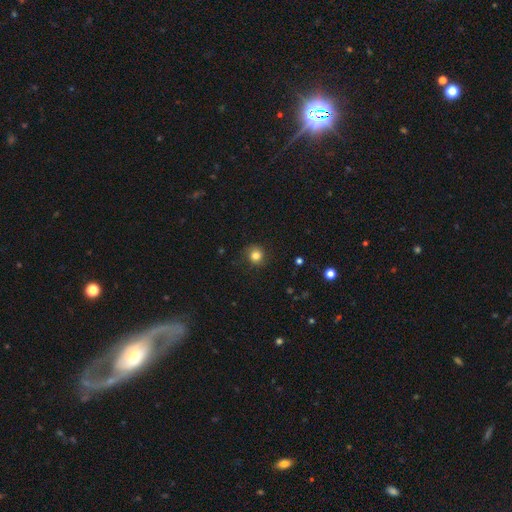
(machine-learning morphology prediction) Smooth or featured: smooth — 81% (star or artifact — 12%)
How rounded: round — 87% (in between — 12%)
Merging: none — 80% (minor disturbance — 14%)